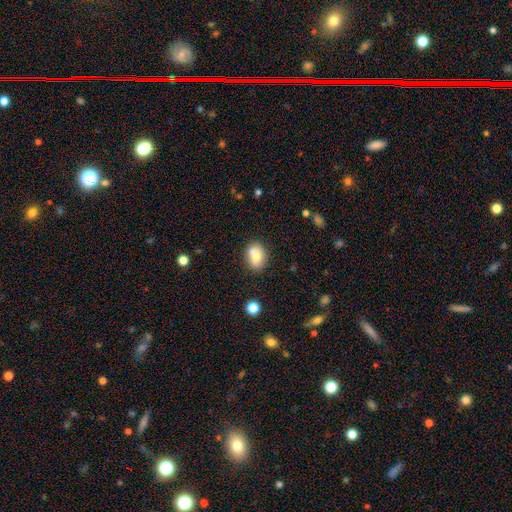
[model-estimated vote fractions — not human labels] Smooth or featured? smooth (72%)
How rounded? in between (62%)
Merging? none (56%)